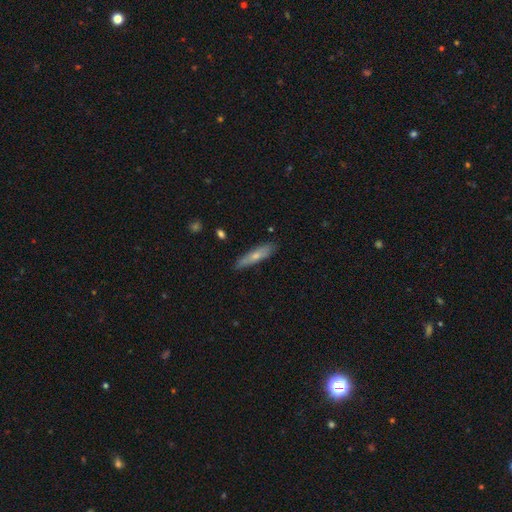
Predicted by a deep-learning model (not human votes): A smooth galaxy with no disk features (61%) that is cigar-shaped (81%).

Vote fractions:
- Smooth or featured? smooth: 61% / featured or disk: 33% / star or artifact: 6%
- How rounded? cigar-shaped: 81% / in between: 17% / round: 2%
- Merging? none: 84% / minor disturbance: 13% / major disturbance: 2% / merger: 1%